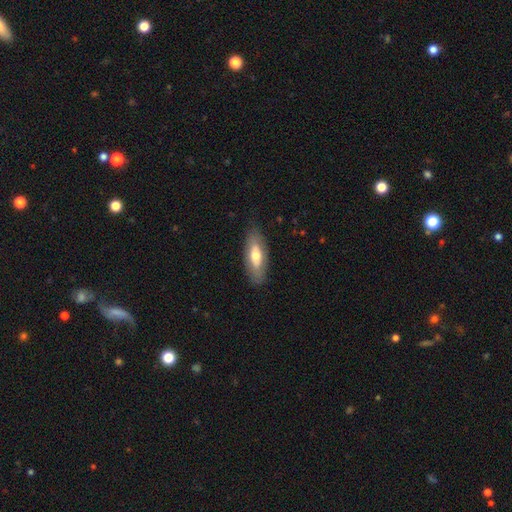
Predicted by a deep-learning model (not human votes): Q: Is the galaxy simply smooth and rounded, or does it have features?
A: smooth — 59%.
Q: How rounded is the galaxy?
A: in between — 67%.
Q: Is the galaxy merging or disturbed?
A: none — 84%.